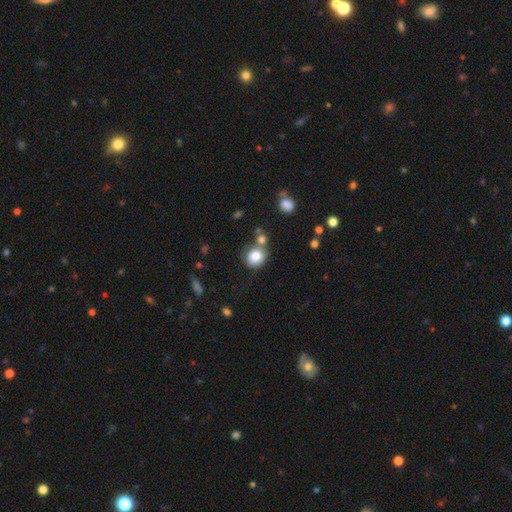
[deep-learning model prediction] Smooth or featured? smooth (82%)
How rounded? round (73%)
Merging? none (54%)